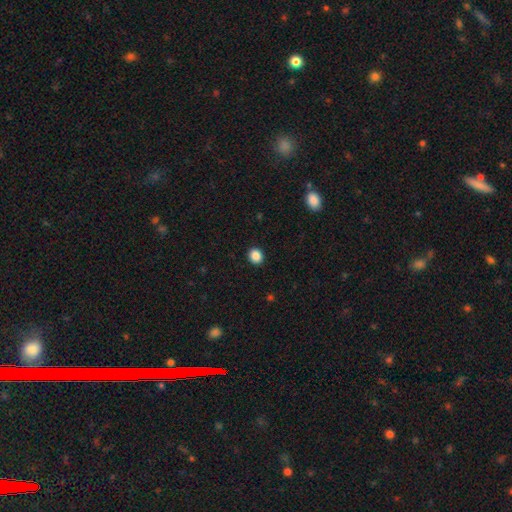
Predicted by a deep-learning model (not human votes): The model was most divided on "how rounded": round: 75%, in between: 24%, cigar-shaped: 1%. More confident: merging — none (92%); smooth or featured — smooth (88%).